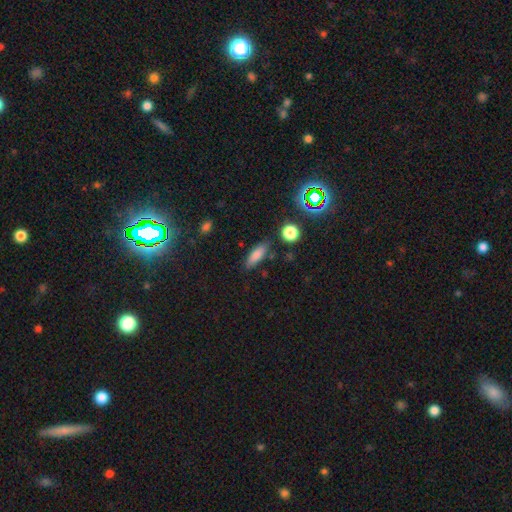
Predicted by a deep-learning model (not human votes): A smooth galaxy with no disk features (77%) that is in between round and cigar-shaped (61%).

Vote fractions:
- Smooth or featured? smooth: 77% / featured or disk: 12% / star or artifact: 11%
- How rounded? in between: 61% / cigar-shaped: 34% / round: 4%
- Merging? none: 81% / minor disturbance: 12% / merger: 4% / major disturbance: 3%